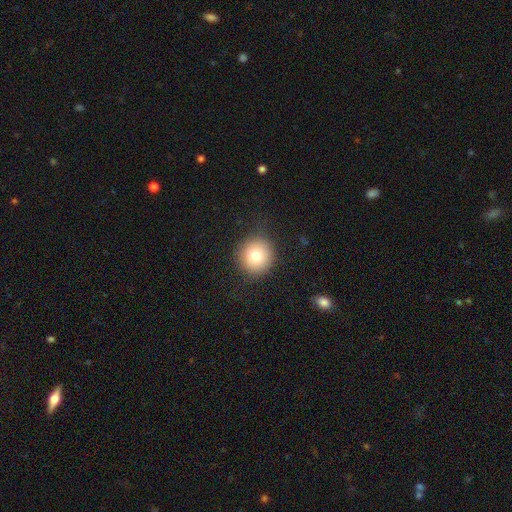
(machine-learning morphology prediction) Smooth or featured: smooth — 76% (featured or disk — 13%)
How rounded: round — 94% (in between — 5%)
Merging: none — 87% (minor disturbance — 8%)